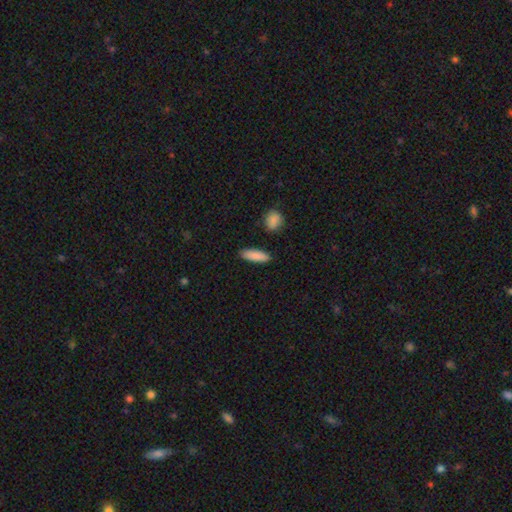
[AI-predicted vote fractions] This is clearly a smooth galaxy (87%). How rounded: possibly in between (52%). Merging: clearly none (87%).